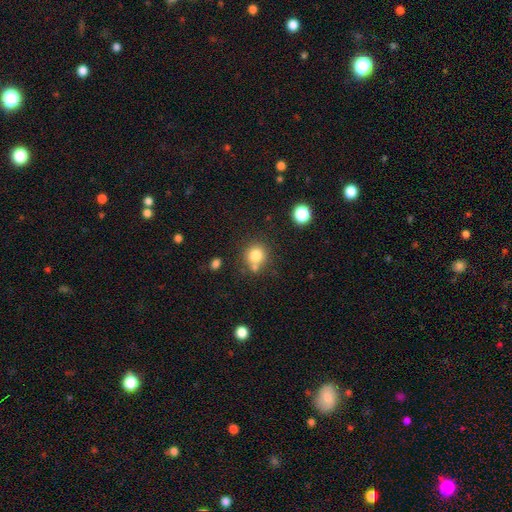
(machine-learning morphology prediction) smooth_or_featured: smooth (p=0.80) [alt: star or artifact p=0.12]
how_rounded: round (p=0.87) [alt: in between p=0.12]
merging: none (p=0.63) [alt: merger p=0.21]